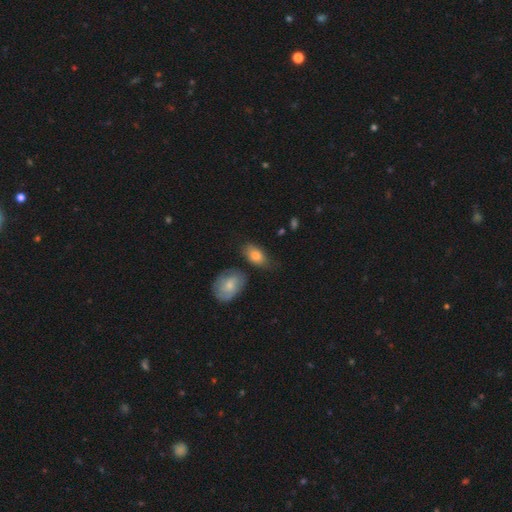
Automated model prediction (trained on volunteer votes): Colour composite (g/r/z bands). It shows a smooth galaxy with no disk features (77%) that is in between round and cigar-shaped (89%). Merging: none (64%).